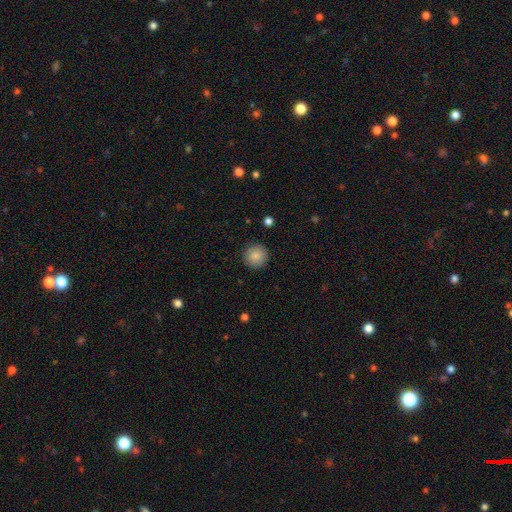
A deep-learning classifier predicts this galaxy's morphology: This appears to be a smooth galaxy with no disk features (87%) that is round (94%). Merging: none (91%).